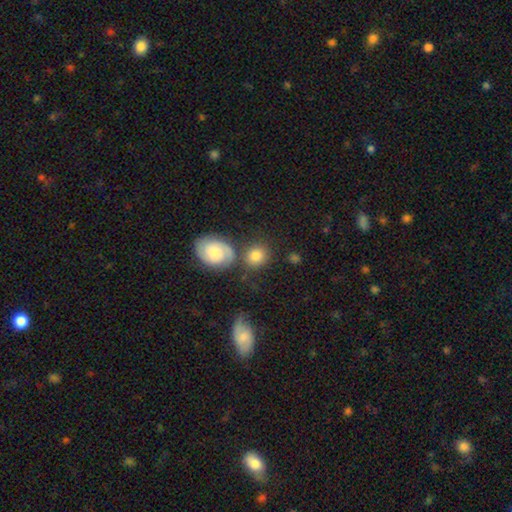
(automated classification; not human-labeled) This appears to be a smooth galaxy with no disk features (76%) that is round (74%). Merging: none (66%).